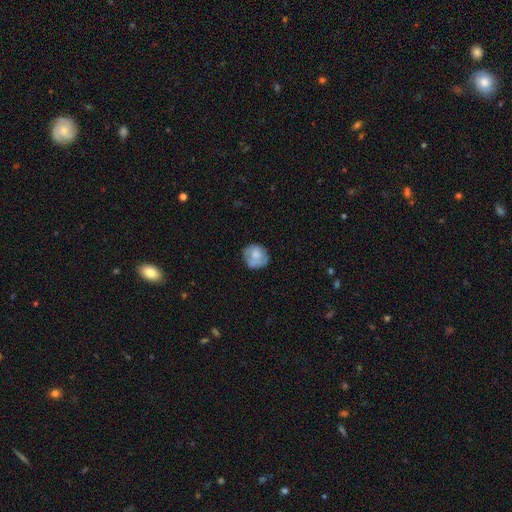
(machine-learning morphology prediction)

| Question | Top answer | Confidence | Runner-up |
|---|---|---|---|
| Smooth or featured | smooth | 63% | featured or disk (30%) |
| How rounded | round | 81% | in between (18%) |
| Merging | none | 66% | minor disturbance (24%) |